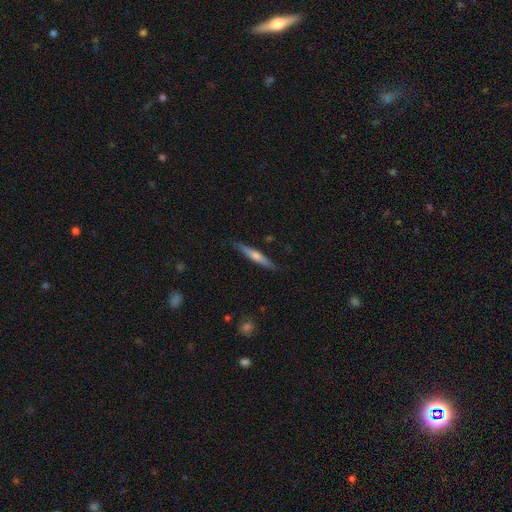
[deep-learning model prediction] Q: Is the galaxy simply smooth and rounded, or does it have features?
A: featured or disk — 61%.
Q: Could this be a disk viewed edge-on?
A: yes — 97%.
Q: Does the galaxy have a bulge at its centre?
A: rounded — 79%.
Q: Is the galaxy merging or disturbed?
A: none — 89%.